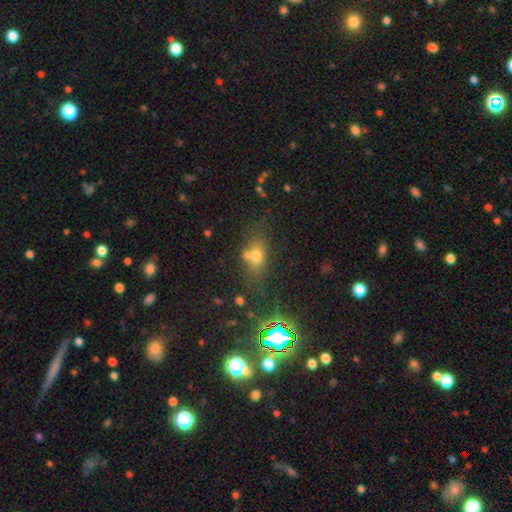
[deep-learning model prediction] Morphology: type=smooth (60%); roundness=in between (63%); merging=none (55%).